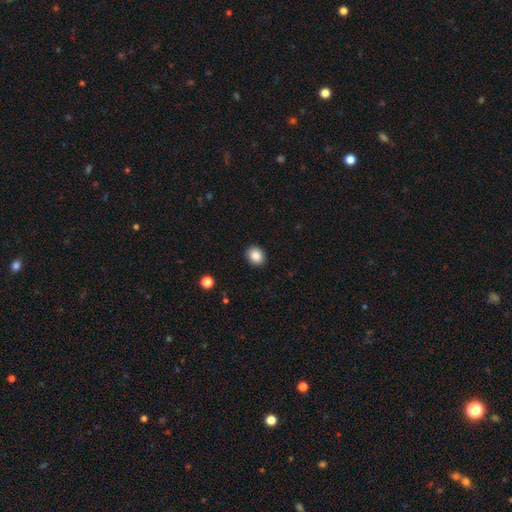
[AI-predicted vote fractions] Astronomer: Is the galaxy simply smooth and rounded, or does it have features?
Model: smooth — 87%.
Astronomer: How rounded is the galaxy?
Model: round — 59% (runner-up: in between, 40%).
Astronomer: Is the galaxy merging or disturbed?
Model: none — 90%.